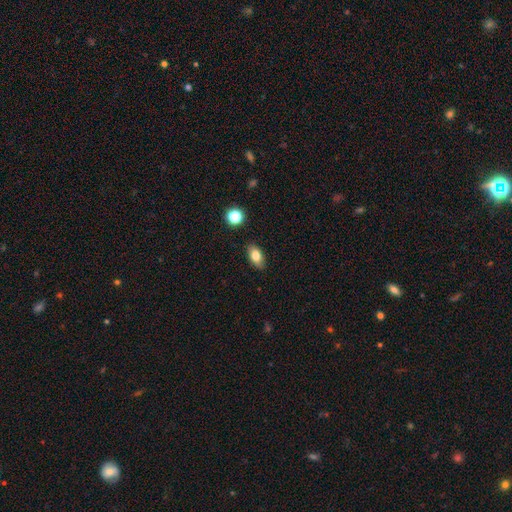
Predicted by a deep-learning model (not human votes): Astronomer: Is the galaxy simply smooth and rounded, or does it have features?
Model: smooth — 79%.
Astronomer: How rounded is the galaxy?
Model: in between — 88%.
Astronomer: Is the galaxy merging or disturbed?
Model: none — 85%.